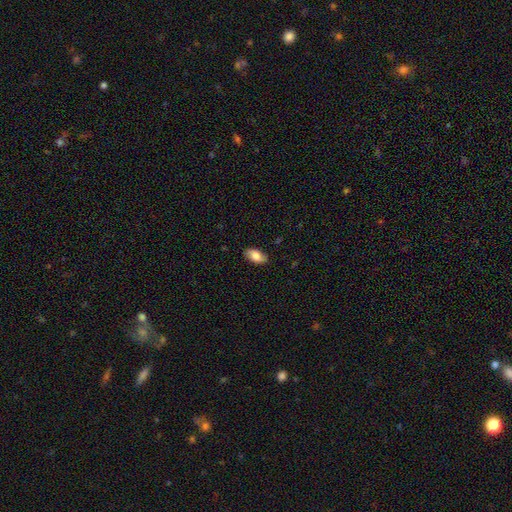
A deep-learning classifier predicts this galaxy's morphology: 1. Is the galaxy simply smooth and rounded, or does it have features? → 79% smooth, 14% featured or disk, 7% star or artifact.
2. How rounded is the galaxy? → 93% in between, 4% round, 3% cigar-shaped.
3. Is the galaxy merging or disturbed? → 85% none, 11% minor disturbance, 2% major disturbance, 1% merger.